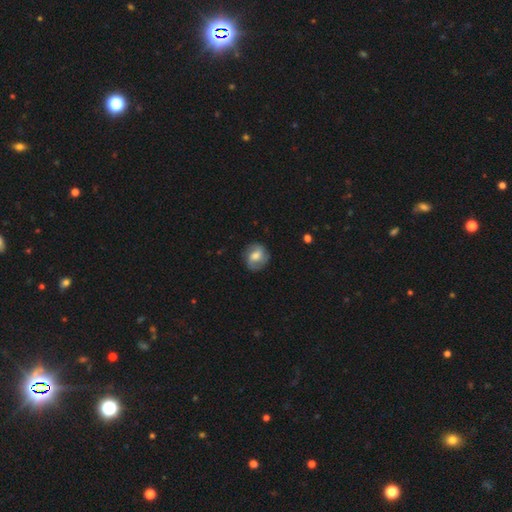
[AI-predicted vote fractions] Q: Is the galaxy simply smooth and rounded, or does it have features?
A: featured or disk — 53%.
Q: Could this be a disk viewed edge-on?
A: no — 97%.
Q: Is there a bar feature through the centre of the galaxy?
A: weak — 47%.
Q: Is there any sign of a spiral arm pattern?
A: yes — 85%.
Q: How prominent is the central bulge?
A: moderate — 56%.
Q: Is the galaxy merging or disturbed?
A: none — 80%.